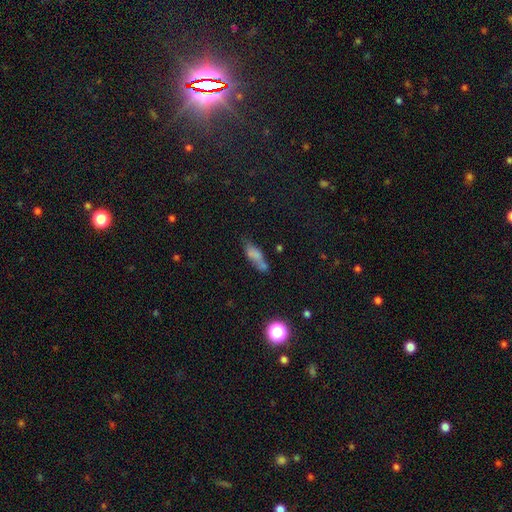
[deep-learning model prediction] A smooth galaxy with no disk features (62%) that is in between round and cigar-shaped (55%). Merging: none (44%).